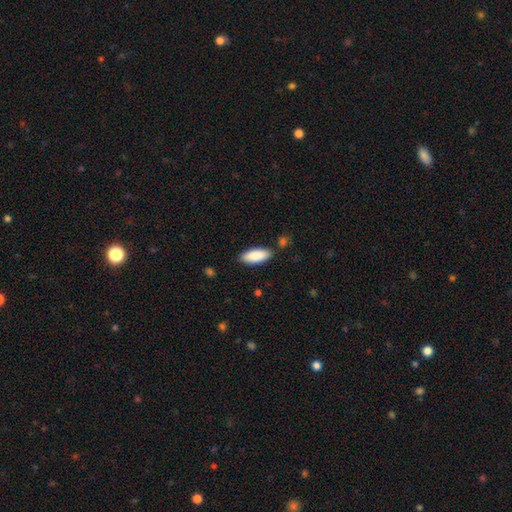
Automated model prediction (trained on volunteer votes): Smooth or featured? Predicted: smooth (p=0.88). How rounded? Predicted: in between (p=0.80). Merging? Predicted: none (p=0.84).